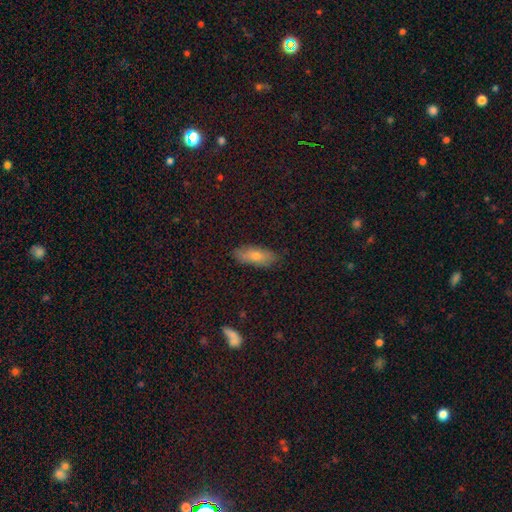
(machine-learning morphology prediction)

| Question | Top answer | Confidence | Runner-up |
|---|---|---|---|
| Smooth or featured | smooth | 65% | featured or disk (23%) |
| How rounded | in between | 67% | cigar-shaped (30%) |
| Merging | none | 84% | minor disturbance (12%) |